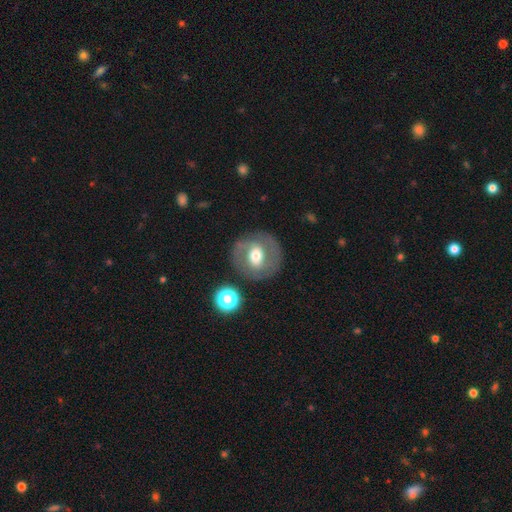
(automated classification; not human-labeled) This is possibly a featured or disk galaxy (55%). It is clearly not viewed edge-on (95%). Bar: marginally weak (41%). Spiral arm pattern: possibly yes (52%). Central bulge: likely moderate (66%). Merging: likely none (80%).